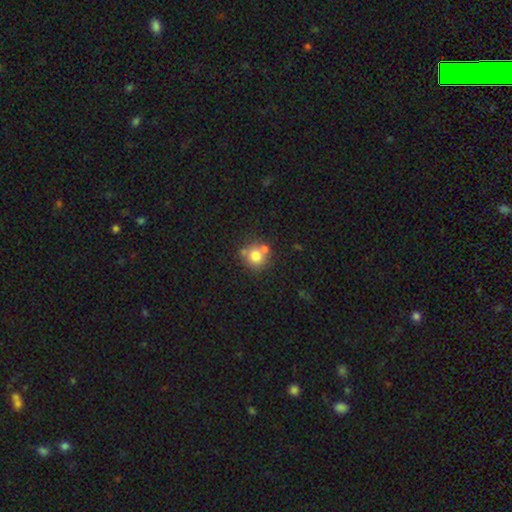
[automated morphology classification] This appears to be a smooth galaxy with no disk features (75%) that is round (88%). Merging: none (60%).